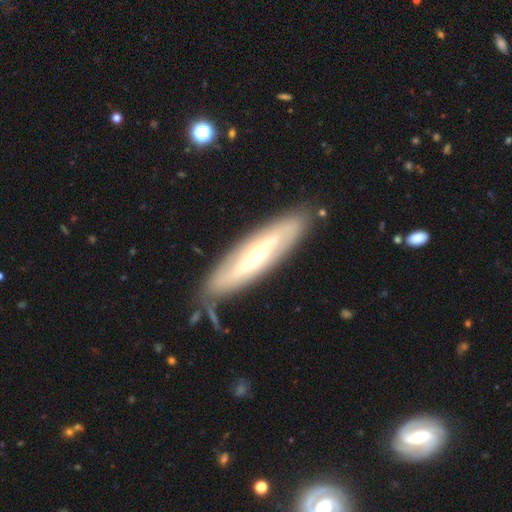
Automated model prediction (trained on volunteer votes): A featured or disk galaxy (67%).

Vote fractions:
- Smooth or featured? featured or disk: 67% / smooth: 28% / star or artifact: 5%
- Edge-on disk? no: 62% / yes: 38%
- Merging? none: 78% / minor disturbance: 14% / major disturbance: 4% / merger: 3%